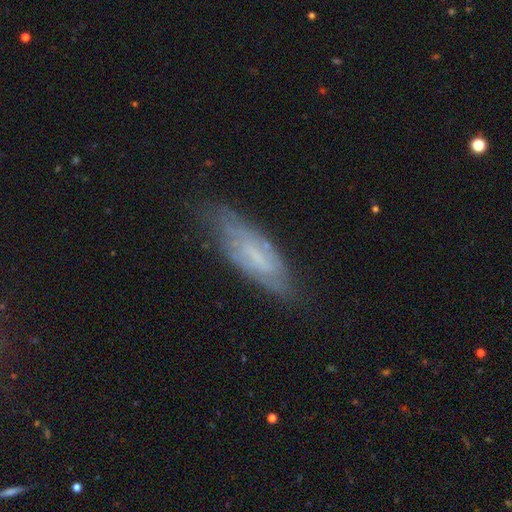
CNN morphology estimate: type=featured or disk (57%); edge-on=no (68%); merging=none (68%).